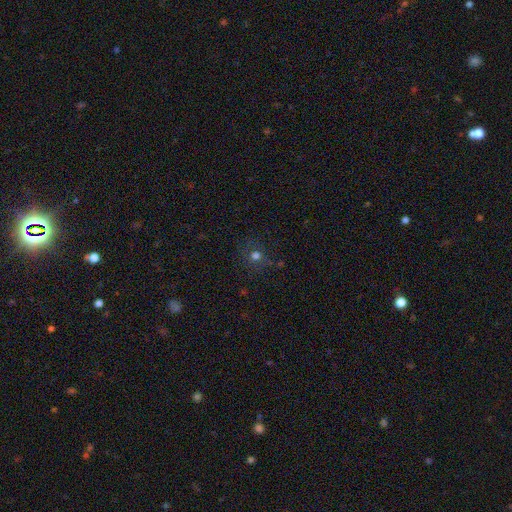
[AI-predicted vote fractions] smooth-or-featured: smooth: 60% | star or artifact: 27% | featured or disk: 13%
  how-rounded: round: 85% | in between: 14% | cigar-shaped: 1%
  merging: none: 75% | minor disturbance: 14% | major disturbance: 8% | merger: 3%